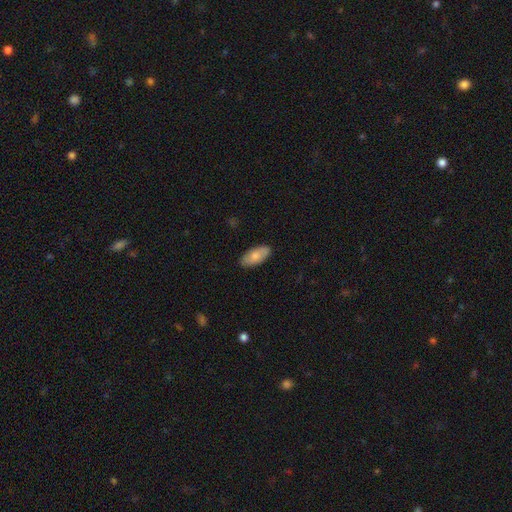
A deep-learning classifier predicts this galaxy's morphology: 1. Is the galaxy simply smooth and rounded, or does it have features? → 75% smooth, 20% featured or disk, 6% star or artifact.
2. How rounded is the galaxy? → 90% in between, 8% cigar-shaped, 2% round.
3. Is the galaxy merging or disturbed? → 85% none, 12% minor disturbance, 2% major disturbance, 1% merger.